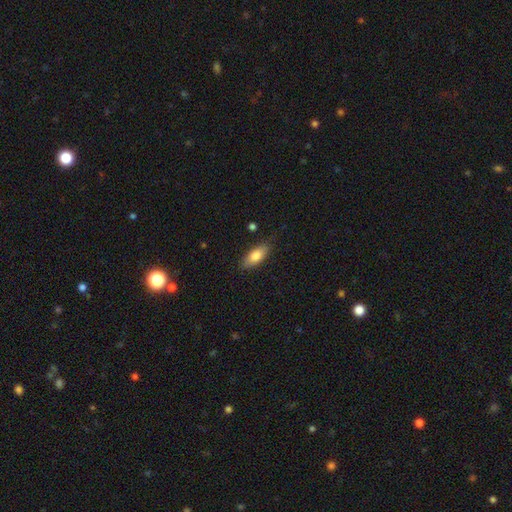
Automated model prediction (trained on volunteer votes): Smooth or featured? Predicted: smooth (p=0.79). How rounded? Predicted: in between (p=0.79). Merging? Predicted: none (p=0.82).